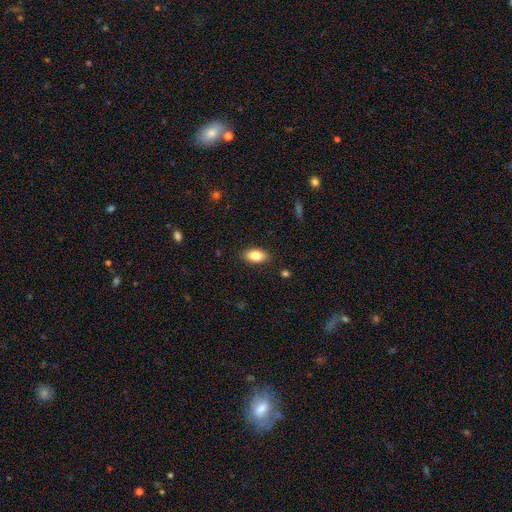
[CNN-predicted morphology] The model was most divided on "smooth or featured": smooth: 84%, featured or disk: 9%, star or artifact: 8%. More confident: how rounded — in between (91%); merging — none (87%).